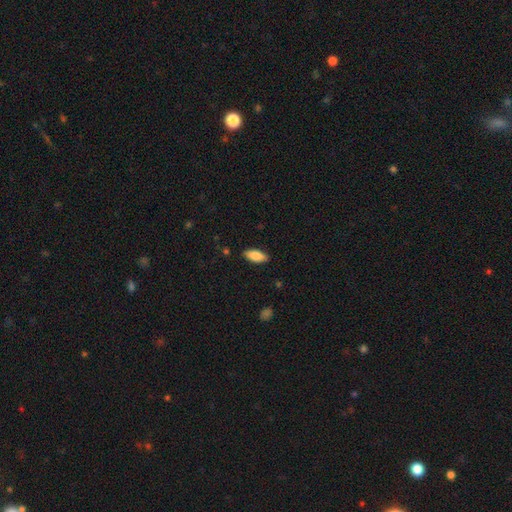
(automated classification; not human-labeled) Smooth or featured? Predicted: smooth (p=0.85). How rounded? Predicted: in between (p=0.84). Merging? Predicted: none (p=0.87).